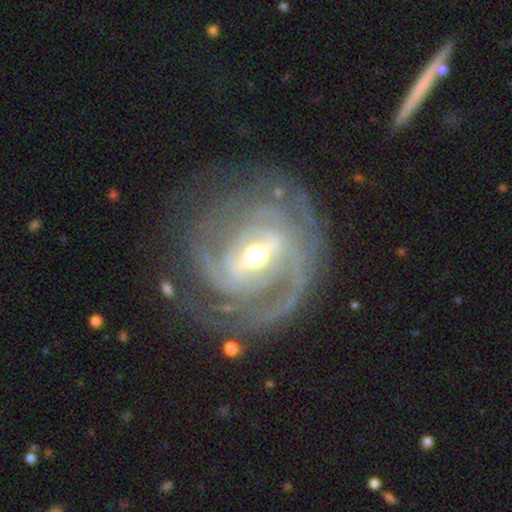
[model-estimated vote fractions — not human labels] smooth_or_featured: featured or disk (p=0.90) [alt: star or artifact p=0.05]
disk_edge_on: no (p=0.96) [alt: yes p=0.04]
bar: strong (p=0.54) [alt: weak p=0.36]
has_spiral_arms: yes (p=0.95) [alt: no p=0.05]
spiral_winding: tight (p=0.61) [alt: medium p=0.31]
spiral_arm_count: 2 (p=0.33) [alt: can't tell p=0.24]
bulge_size: moderate (p=0.59) [alt: small p=0.35]
merging: none (p=0.68) [alt: minor disturbance p=0.18]